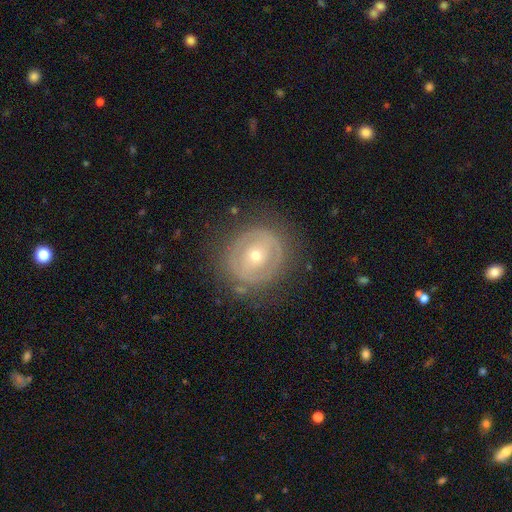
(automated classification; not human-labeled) Smooth or featured?
  - featured or disk: 66% *
  - smooth: 27%
  - star or artifact: 6%
Edge-on disk?
  - no: 96% *
  - yes: 4%
Bar?
  - no: 65% *
  - weak: 23%
  - strong: 12%
Spiral arms?
  - no: 66% *
  - yes: 34%
Bulge size?
  - small: 51% *
  - moderate: 46%
  - large: 2%
  - dominant: 1%
  - none: 1%
Merging?
  - none: 76% *
  - minor disturbance: 15%
  - major disturbance: 8%
  - merger: 2%